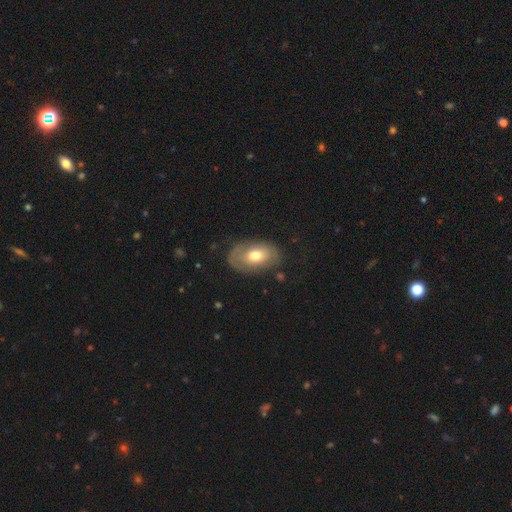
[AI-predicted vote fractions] smooth-or-featured: smooth: 57% | featured or disk: 35% | star or artifact: 7%
  how-rounded: in between: 88% | round: 11% | cigar-shaped: 1%
  merging: none: 68% | minor disturbance: 21% | major disturbance: 9% | merger: 2%